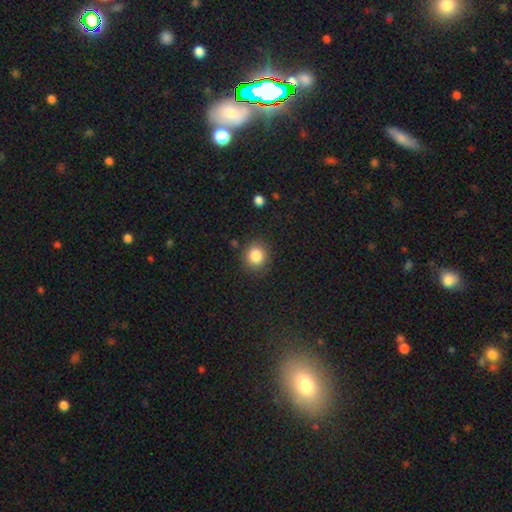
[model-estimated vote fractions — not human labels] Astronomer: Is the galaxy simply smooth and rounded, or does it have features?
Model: smooth — 85%.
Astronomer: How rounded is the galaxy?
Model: round — 85%.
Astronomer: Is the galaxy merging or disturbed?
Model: none — 87%.